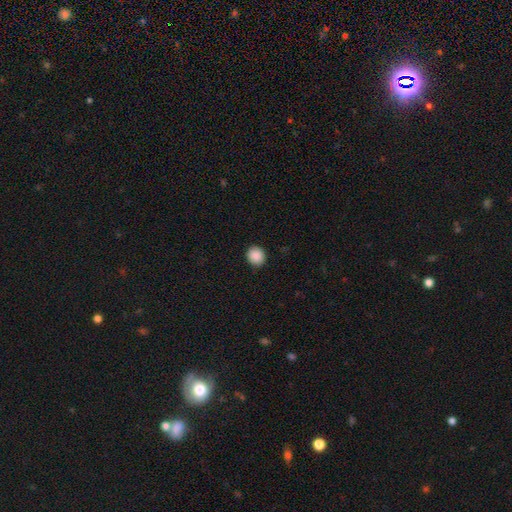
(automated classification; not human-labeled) smooth 89%, star or artifact 8%, featured or disk 2%. Down the decision tree: how rounded — round (88%); merging — none (91%).